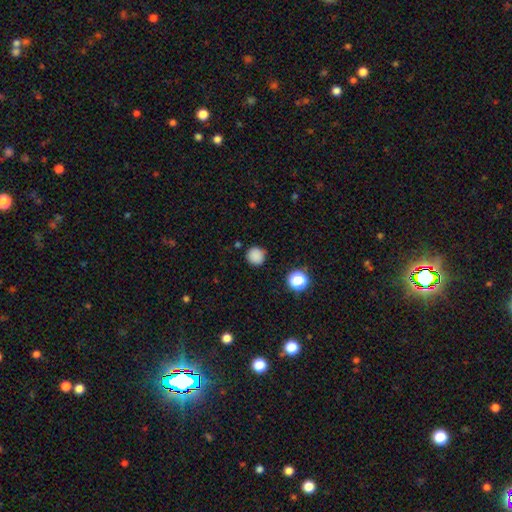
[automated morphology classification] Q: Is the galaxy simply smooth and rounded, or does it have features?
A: smooth — 84%.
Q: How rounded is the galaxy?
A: round — 95%.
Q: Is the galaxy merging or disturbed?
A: none — 87%.